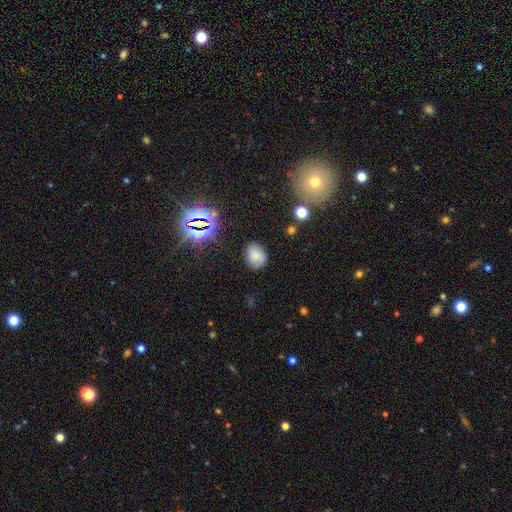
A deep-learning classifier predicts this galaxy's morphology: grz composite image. It shows a smooth galaxy with no disk features (74%) that is in between round and cigar-shaped (56%). Merging: none (79%).